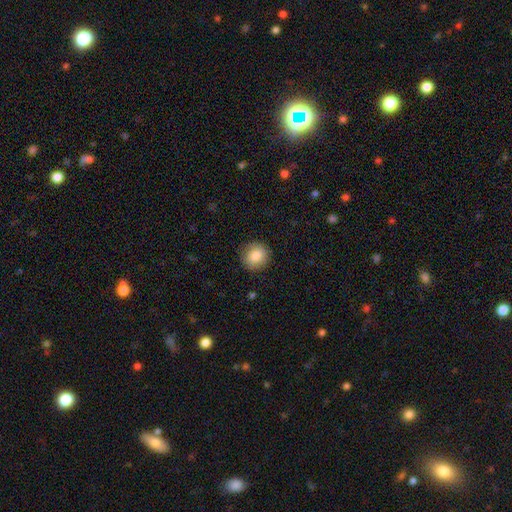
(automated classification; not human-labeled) This appears to be a smooth galaxy with no disk features (85%) that is round (88%). Merging: none (88%).